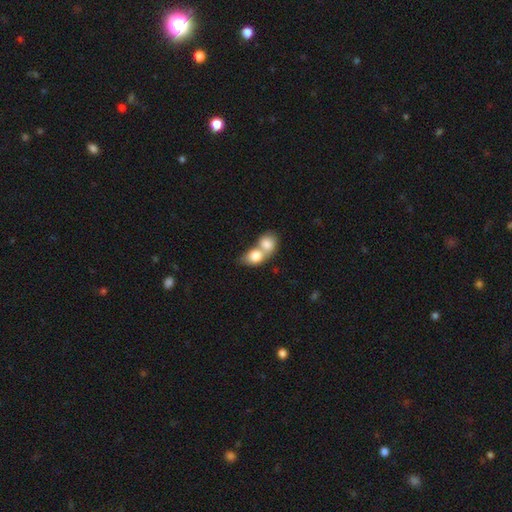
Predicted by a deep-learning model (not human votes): The model was most divided on "how rounded": in between: 58%, round: 39%, cigar-shaped: 2%. More confident: merging — merger (80%); smooth or featured — smooth (78%).